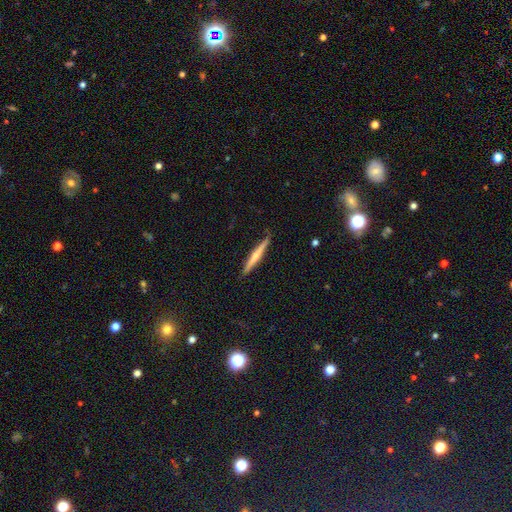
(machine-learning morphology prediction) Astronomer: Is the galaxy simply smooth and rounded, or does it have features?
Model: featured or disk — 53% (runner-up: smooth, 41%).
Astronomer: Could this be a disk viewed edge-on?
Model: yes — 97%.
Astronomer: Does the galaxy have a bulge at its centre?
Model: rounded — 55% (runner-up: none, 38%).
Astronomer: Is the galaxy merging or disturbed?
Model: none — 86%.